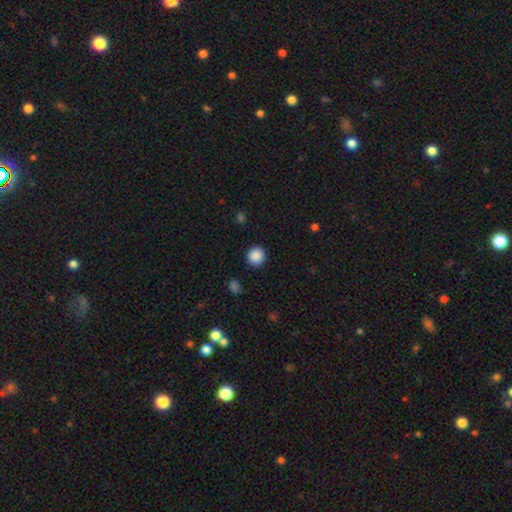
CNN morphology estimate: The model was most divided on "smooth or featured": smooth: 88%, star or artifact: 9%, featured or disk: 2%. More confident: how rounded — round (94%); merging — none (91%).